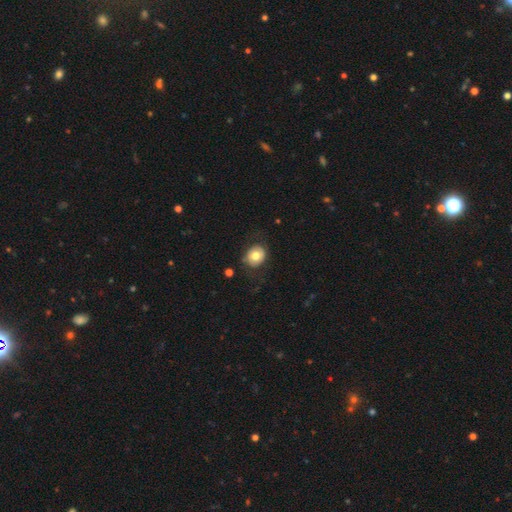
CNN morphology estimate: Smooth or featured: smooth — 73% (featured or disk — 19%)
How rounded: round — 65% (in between — 34%)
Merging: none — 75% (minor disturbance — 15%)